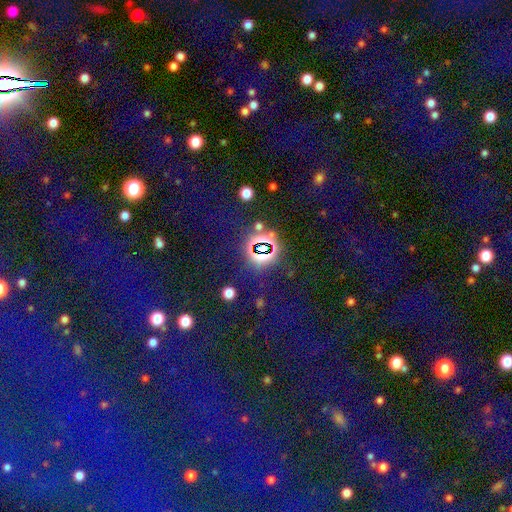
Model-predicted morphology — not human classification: The model was most divided on "smooth or featured": star or artifact: 83%, smooth: 10%, featured or disk: 7%.